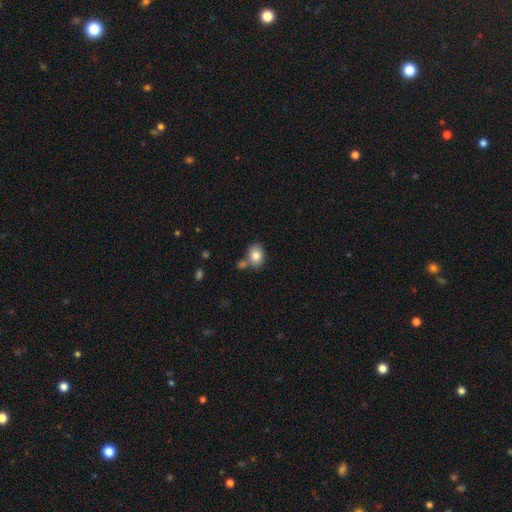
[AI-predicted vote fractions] Overall: smooth (82%). How rounded: in between (53%; round 46%). Merging: none (65%).